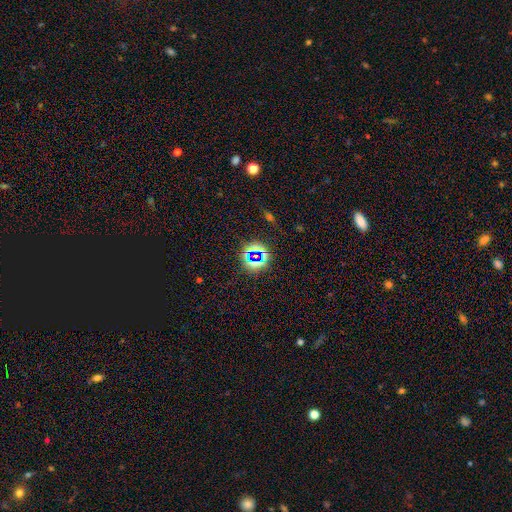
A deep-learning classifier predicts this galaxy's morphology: Q: Smooth or featured?
A: star or artifact (71%); runner-up: smooth (20%)